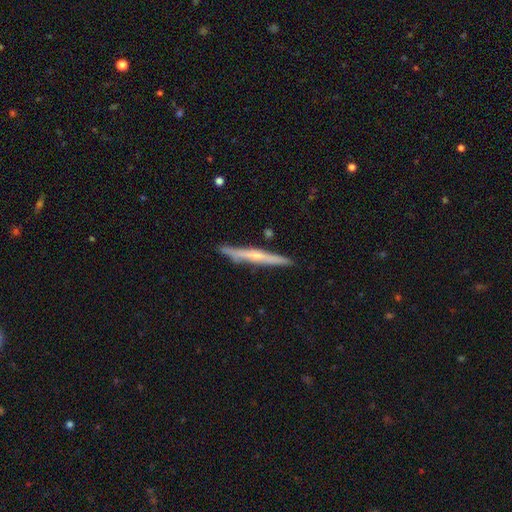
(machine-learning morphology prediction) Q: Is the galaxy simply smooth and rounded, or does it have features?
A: featured or disk — 59%.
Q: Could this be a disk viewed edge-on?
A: yes — 96%.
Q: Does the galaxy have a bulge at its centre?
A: rounded — 51%.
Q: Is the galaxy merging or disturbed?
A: none — 87%.